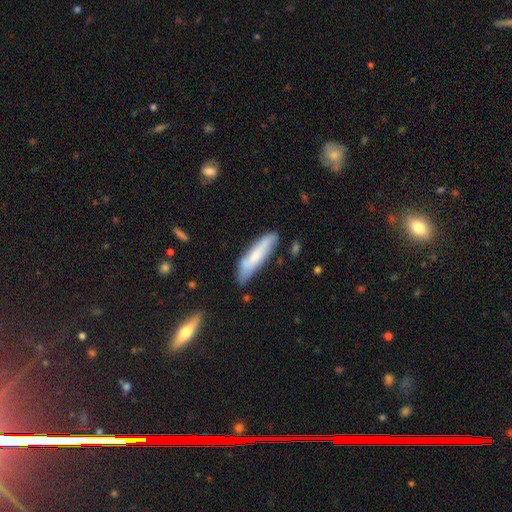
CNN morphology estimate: A smooth galaxy with no disk features (67%) that is cigar-shaped (76%). Merging: none (71%).